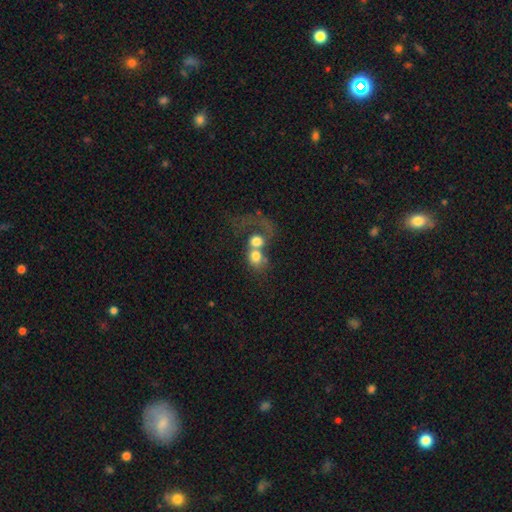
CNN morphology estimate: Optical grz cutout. It shows a smooth galaxy with no disk features (63%) that is round (65%). Merging: merger (69%).